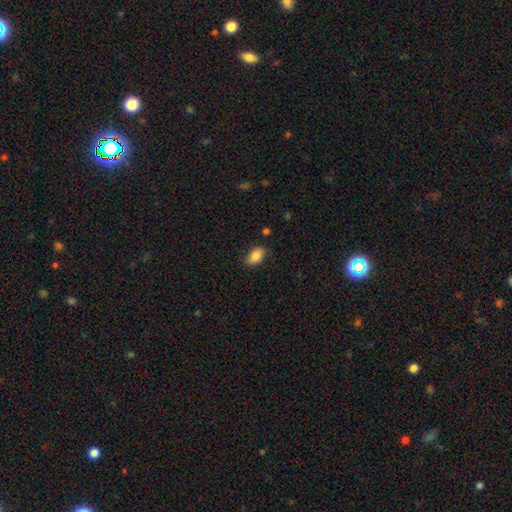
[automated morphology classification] A smooth galaxy with no disk features (87%) that is in between round and cigar-shaped (91%).

Vote fractions:
- Smooth or featured? smooth: 87% / star or artifact: 8% / featured or disk: 6%
- How rounded? in between: 91% / round: 7% / cigar-shaped: 2%
- Merging? none: 83% / minor disturbance: 13% / major disturbance: 3% / merger: 1%